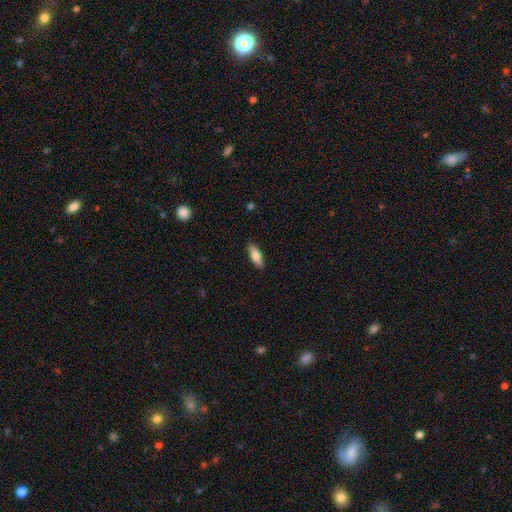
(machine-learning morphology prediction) smooth-or-featured: smooth: 80% | featured or disk: 14% | star or artifact: 6%
  how-rounded: in between: 67% | cigar-shaped: 31% | round: 2%
  merging: none: 87% | minor disturbance: 10% | major disturbance: 2% | merger: 1%